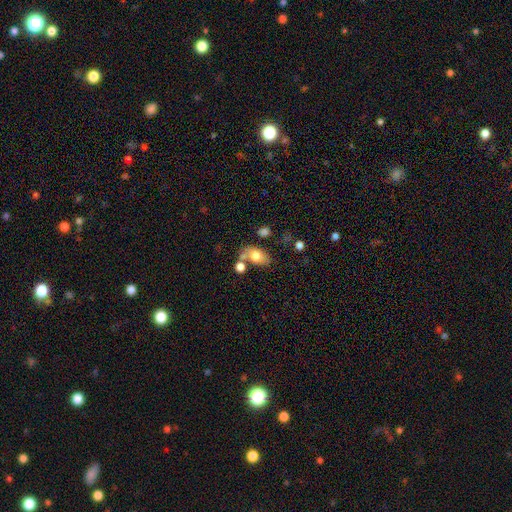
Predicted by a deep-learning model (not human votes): Smooth or featured? smooth (73%)
How rounded? in between (86%)
Merging? none (54%)